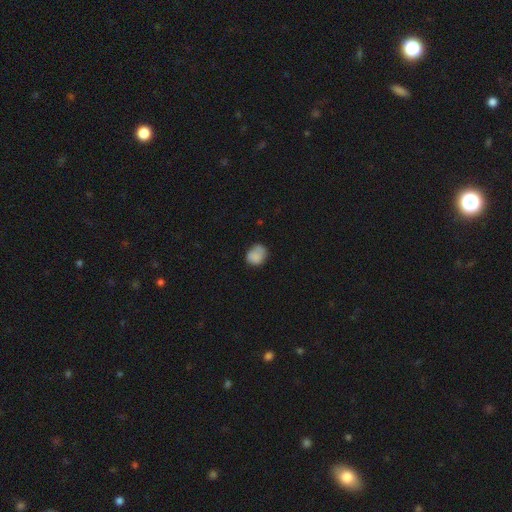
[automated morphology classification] A smooth galaxy with no disk features (81%) that is round (64%).

Vote fractions:
- Smooth or featured? smooth: 81% / featured or disk: 10% / star or artifact: 9%
- How rounded? round: 64% / in between: 35% / cigar-shaped: 1%
- Merging? none: 61% / minor disturbance: 28% / major disturbance: 8% / merger: 3%